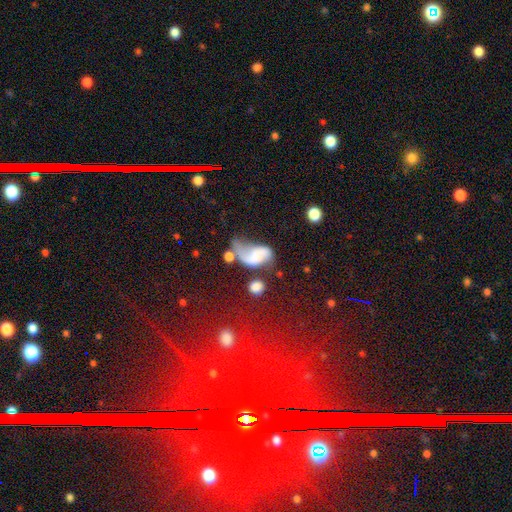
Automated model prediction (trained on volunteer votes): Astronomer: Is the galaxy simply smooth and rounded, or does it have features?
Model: featured or disk — 61%.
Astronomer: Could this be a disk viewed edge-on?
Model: no — 97%.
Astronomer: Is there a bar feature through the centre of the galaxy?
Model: no — 60%.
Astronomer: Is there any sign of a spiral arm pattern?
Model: yes — 84%.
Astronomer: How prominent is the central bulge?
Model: none — 41% (runner-up: small, 24%).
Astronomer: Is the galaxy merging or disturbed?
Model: major disturbance — 35% (runner-up: merger, 22%).